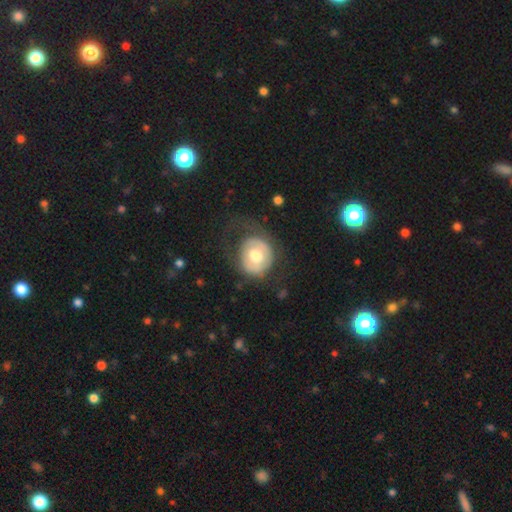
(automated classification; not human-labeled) smooth-or-featured: smooth: 51% | featured or disk: 43% | star or artifact: 6%
  how-rounded: round: 76% | in between: 23% | cigar-shaped: 1%
  merging: none: 53% | major disturbance: 26% | minor disturbance: 20% | merger: 2%